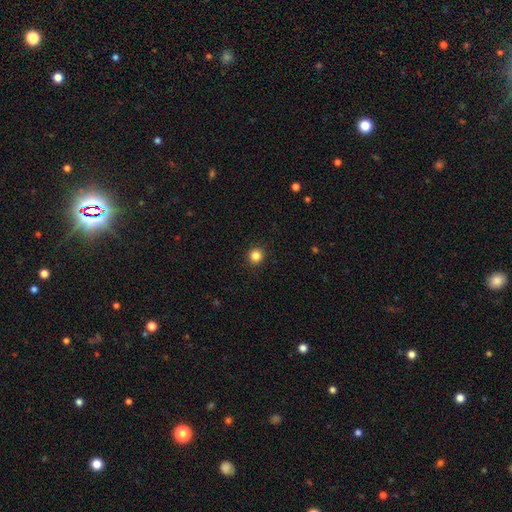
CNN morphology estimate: Smooth or featured: smooth — 84% (star or artifact — 12%)
How rounded: round — 94% (in between — 5%)
Merging: none — 93% (minor disturbance — 5%)